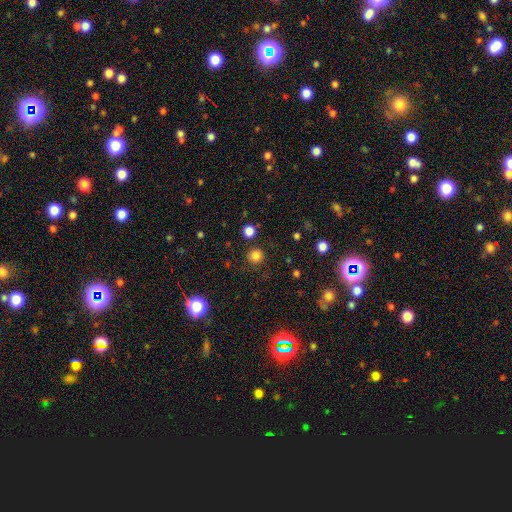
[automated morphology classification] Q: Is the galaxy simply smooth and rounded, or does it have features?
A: smooth — 81%.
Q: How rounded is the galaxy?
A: round — 94%.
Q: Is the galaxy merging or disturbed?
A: none — 87%.